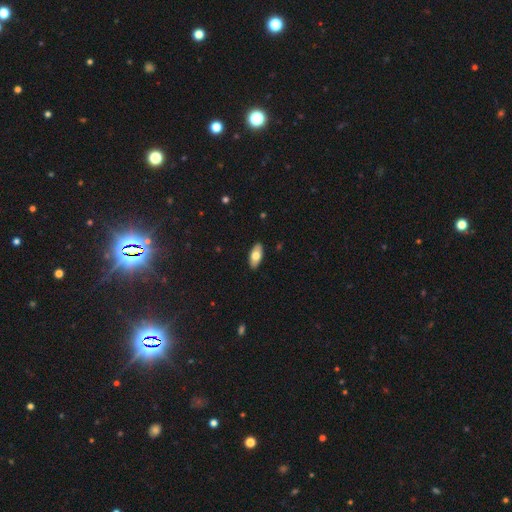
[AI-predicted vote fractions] A smooth galaxy with no disk features (72%) that is in between round and cigar-shaped (87%). Merging: none (90%).